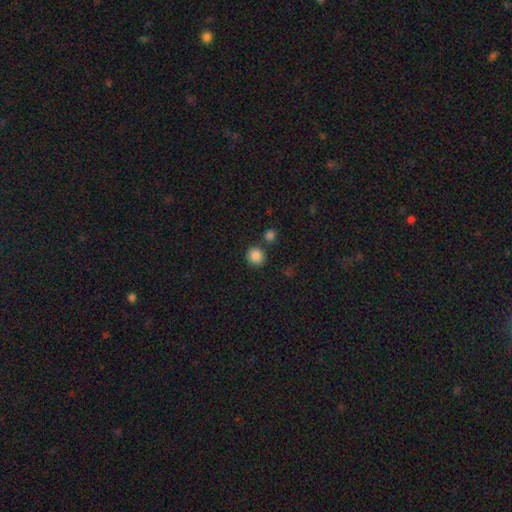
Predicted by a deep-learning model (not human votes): Smooth or featured?
  - smooth: 86% *
  - star or artifact: 10%
  - featured or disk: 4%
How rounded?
  - round: 86% *
  - in between: 13%
  - cigar-shaped: 1%
Merging?
  - none: 78% *
  - merger: 10%
  - minor disturbance: 9%
  - major disturbance: 3%